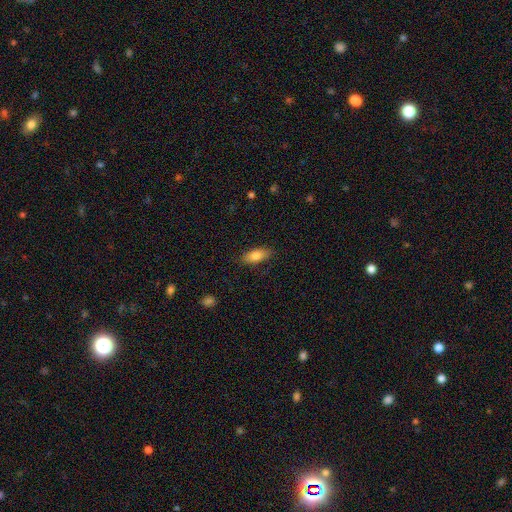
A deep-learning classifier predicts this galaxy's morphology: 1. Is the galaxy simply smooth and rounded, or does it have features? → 82% smooth, 11% featured or disk, 7% star or artifact.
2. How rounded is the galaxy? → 84% in between, 14% cigar-shaped, 3% round.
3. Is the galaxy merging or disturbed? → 84% none, 12% minor disturbance, 3% major disturbance, 1% merger.